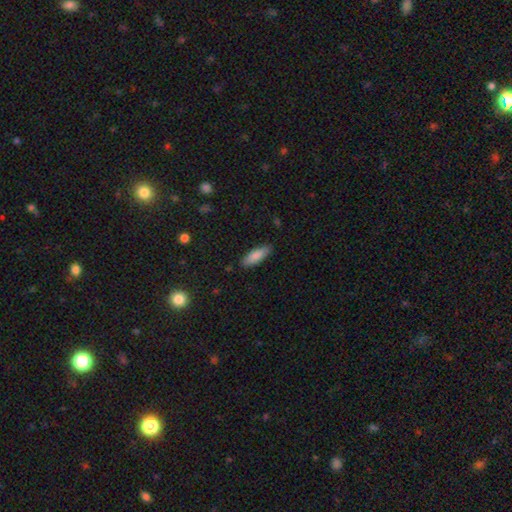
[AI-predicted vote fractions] smooth-or-featured: smooth: 86% | featured or disk: 8% | star or artifact: 6%
  how-rounded: in between: 57% | cigar-shaped: 41% | round: 2%
  merging: none: 87% | minor disturbance: 10% | major disturbance: 2% | merger: 1%